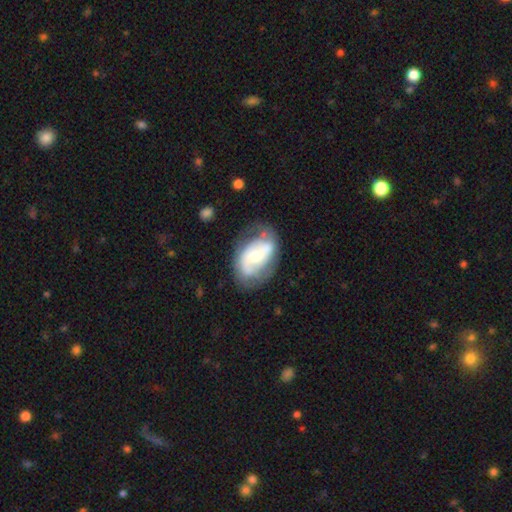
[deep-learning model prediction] smooth_or_featured: featured or disk (p=0.71) [alt: smooth p=0.23]
disk_edge_on: no (p=0.96) [alt: yes p=0.04]
bar: weak (p=0.38) [tied with: no p=0.38]
has_spiral_arms: yes (p=0.78) [alt: no p=0.22]
spiral_winding: medium (p=0.41) [alt: tight p=0.31]
spiral_arm_count: 2 (p=0.75) [alt: can't tell p=0.16]
bulge_size: moderate (p=0.54) [alt: small p=0.35]
merging: none (p=0.60) [alt: minor disturbance p=0.24]